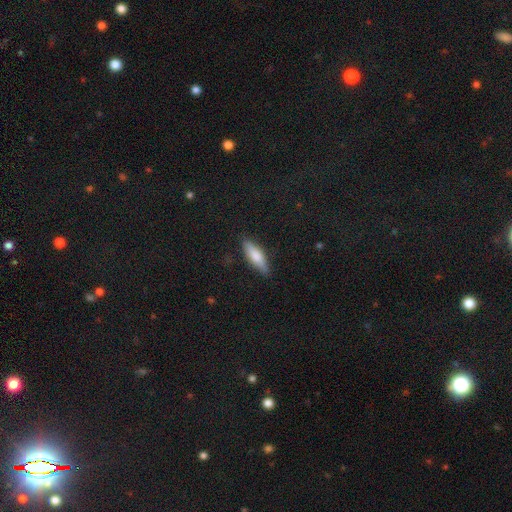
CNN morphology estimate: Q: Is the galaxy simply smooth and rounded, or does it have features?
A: smooth — 71%.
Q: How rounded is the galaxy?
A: cigar-shaped — 56%.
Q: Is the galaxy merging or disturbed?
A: none — 84%.